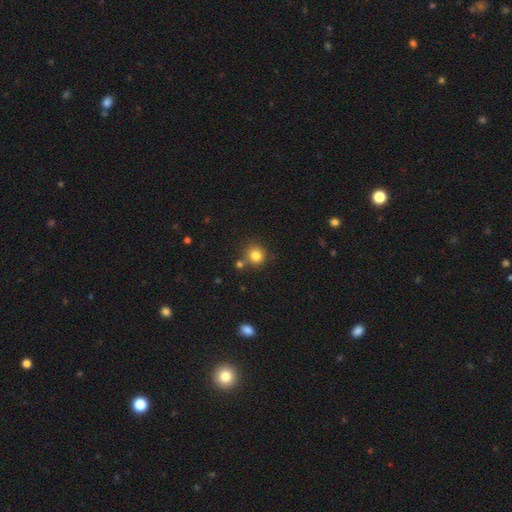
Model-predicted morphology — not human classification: smooth 81%, star or artifact 13%, featured or disk 7%. Down the decision tree: how rounded — round (90%); merging — none (73%).